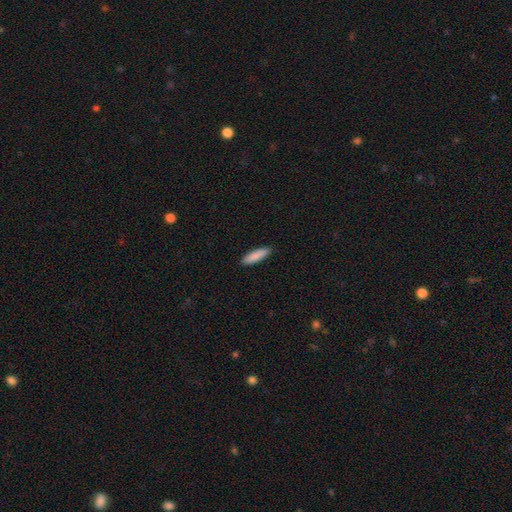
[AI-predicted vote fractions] Smooth or featured? Predicted: smooth (p=0.89). How rounded? Predicted: cigar-shaped (p=0.63). Merging? Predicted: none (p=0.90).